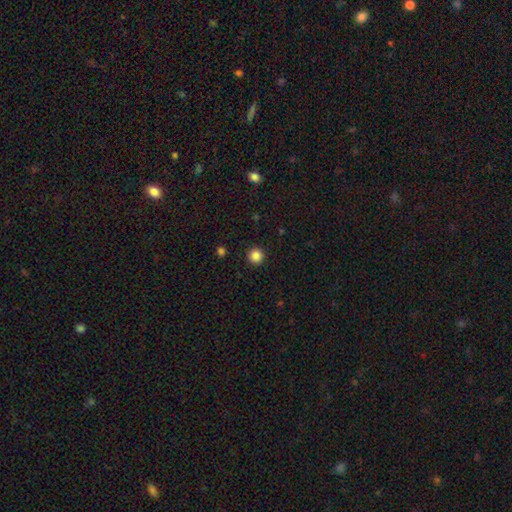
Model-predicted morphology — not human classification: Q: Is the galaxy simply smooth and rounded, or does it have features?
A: smooth — 86%.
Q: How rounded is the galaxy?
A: round — 96%.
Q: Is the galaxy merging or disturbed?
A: none — 93%.